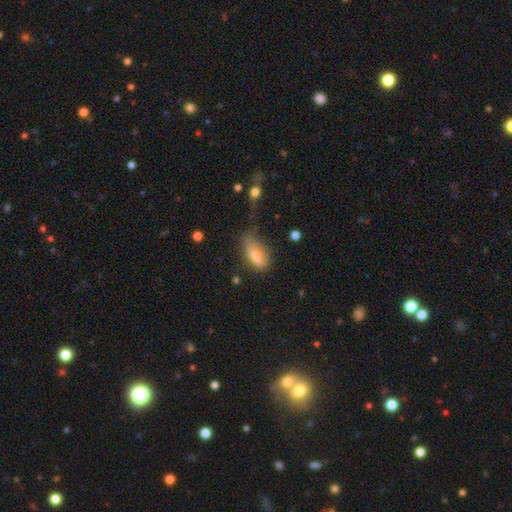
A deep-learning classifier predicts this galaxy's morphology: This is likely a smooth galaxy (70%). How rounded: clearly in between (82%). Merging: marginally none (39%).